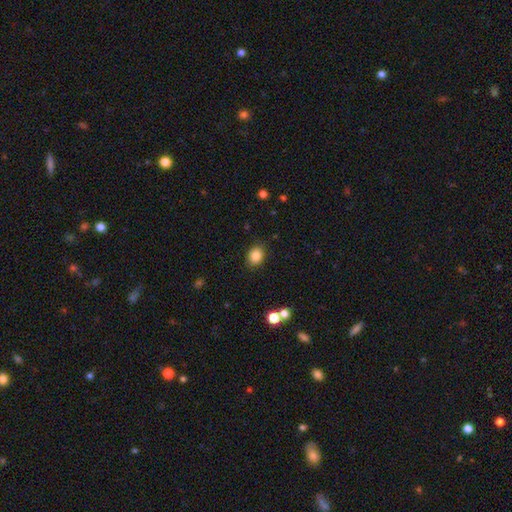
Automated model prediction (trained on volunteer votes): smooth-or-featured: smooth: 85% | star or artifact: 10% | featured or disk: 5%
  how-rounded: in between: 51% | round: 48% | cigar-shaped: 1%
  merging: none: 86% | minor disturbance: 9% | major disturbance: 3% | merger: 2%